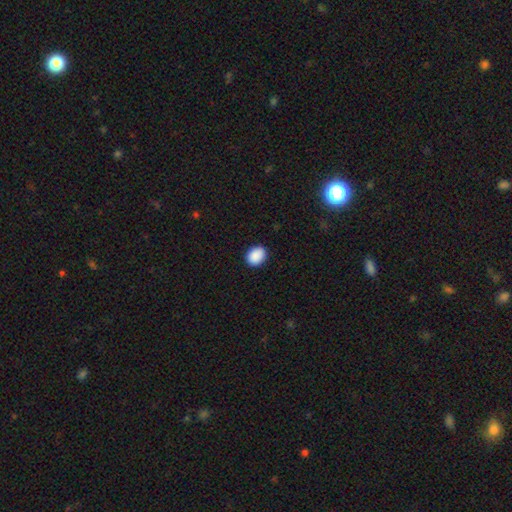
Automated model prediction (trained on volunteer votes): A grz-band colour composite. It shows a smooth galaxy with no disk features (90%) that is in between round and cigar-shaped (55%). Merging: none (89%).